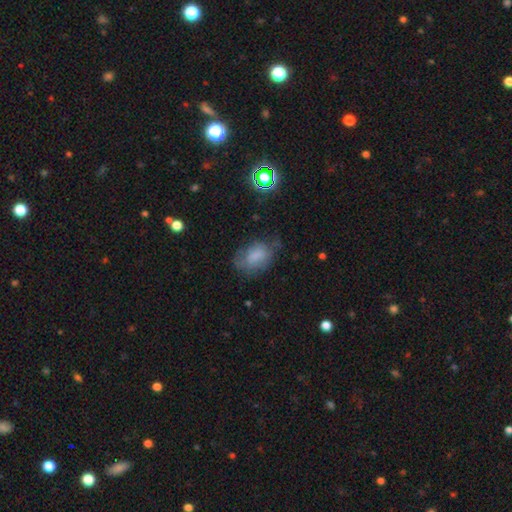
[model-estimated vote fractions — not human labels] Morphology: type=smooth (71%); roundness=in between (85%); merging=none (54%).